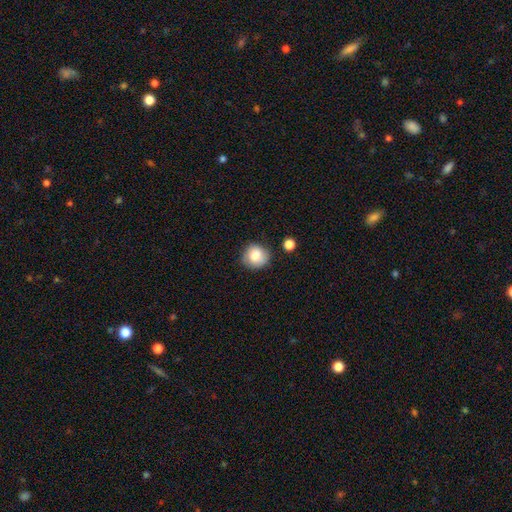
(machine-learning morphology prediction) Smooth or featured? Predicted: smooth (p=0.79). How rounded? Predicted: round (p=0.88). Merging? Predicted: none (p=0.76).